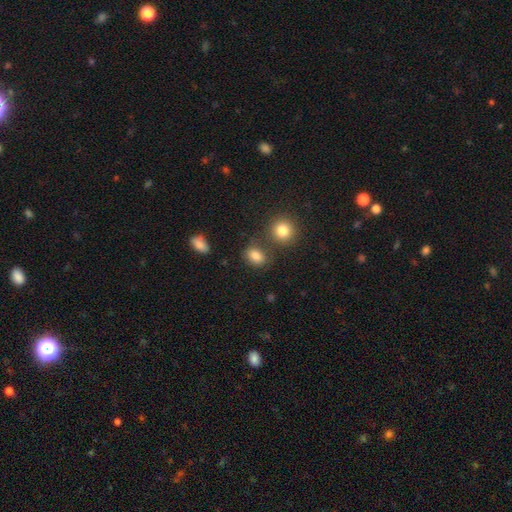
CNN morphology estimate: Smooth or featured? Predicted: smooth (p=0.83). How rounded? Predicted: in between (p=0.66). Merging? Predicted: none (p=0.68).